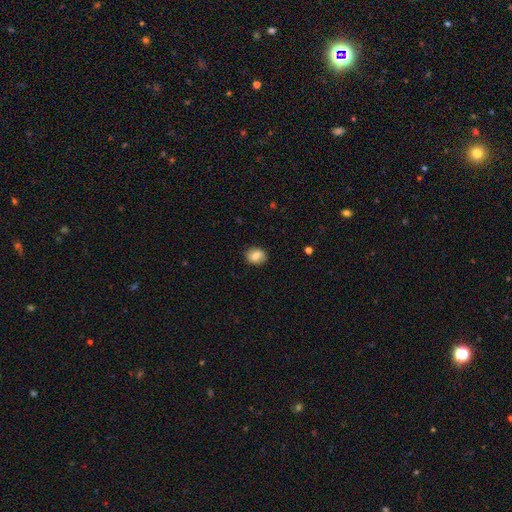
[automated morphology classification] type=smooth (78%); roundness=round (60%); merging=none (86%).